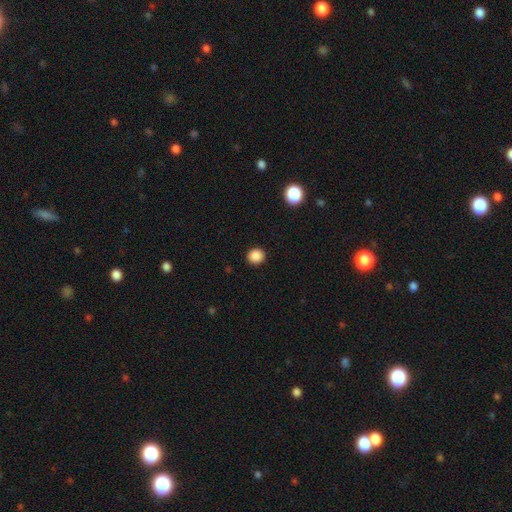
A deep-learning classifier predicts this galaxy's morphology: Smooth or featured? Predicted: smooth (p=0.87). How rounded? Predicted: round (p=0.89). Merging? Predicted: none (p=0.93).